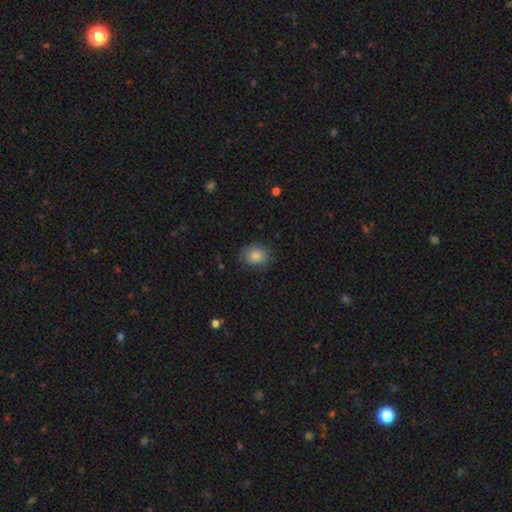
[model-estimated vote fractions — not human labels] A smooth galaxy with no disk features (80%) that is round (58%). Merging: none (78%).